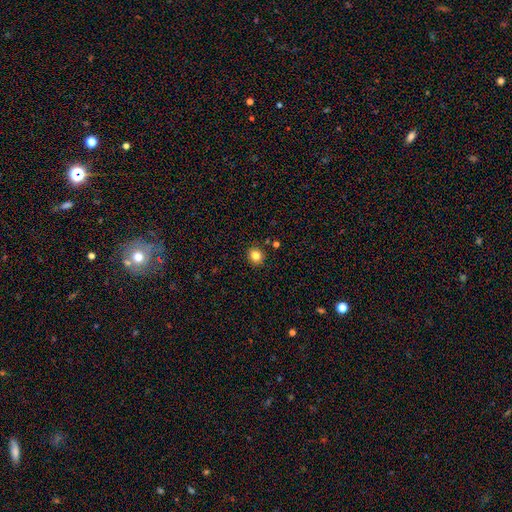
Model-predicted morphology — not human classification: Smooth or featured?
  - smooth: 82% *
  - star or artifact: 12%
  - featured or disk: 6%
How rounded?
  - round: 87% *
  - in between: 12%
  - cigar-shaped: 1%
Merging?
  - none: 90% *
  - minor disturbance: 6%
  - merger: 2%
  - major disturbance: 2%